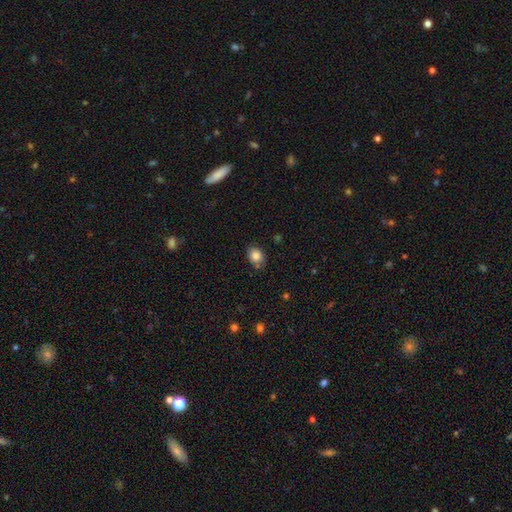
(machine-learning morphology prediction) This appears to be a smooth galaxy with no disk features (84%) that is in between round and cigar-shaped (61%). Merging: none (77%).